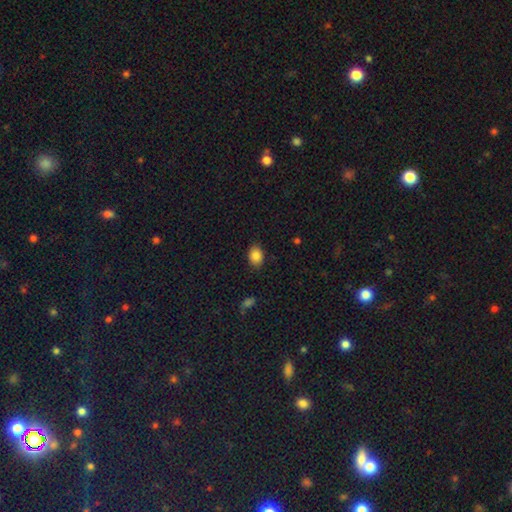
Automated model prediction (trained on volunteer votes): Overall: smooth (86%). How rounded: in between (74%). Merging: none (86%).